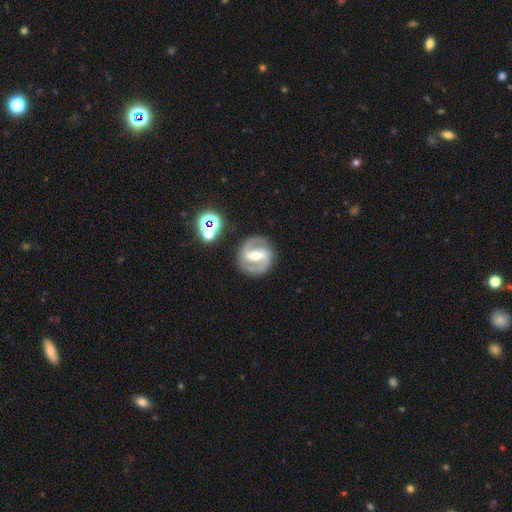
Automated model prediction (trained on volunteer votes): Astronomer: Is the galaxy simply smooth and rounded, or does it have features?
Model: featured or disk — 87%.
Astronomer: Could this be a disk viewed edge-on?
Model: no — 97%.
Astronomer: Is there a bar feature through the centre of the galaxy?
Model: strong — 63%.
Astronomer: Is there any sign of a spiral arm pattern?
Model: yes — 95%.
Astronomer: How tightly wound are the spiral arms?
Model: medium — 53% (runner-up: tight, 36%).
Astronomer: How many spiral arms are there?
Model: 2 — 92%.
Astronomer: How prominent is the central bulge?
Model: moderate — 57% (runner-up: small, 34%).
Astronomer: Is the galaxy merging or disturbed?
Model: none — 86%.